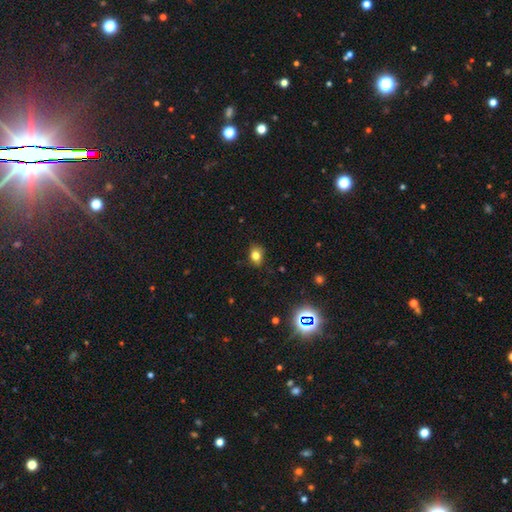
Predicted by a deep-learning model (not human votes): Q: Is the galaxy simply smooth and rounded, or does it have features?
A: smooth — 78%.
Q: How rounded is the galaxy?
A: in between — 53%.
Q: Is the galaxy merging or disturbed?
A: none — 77%.